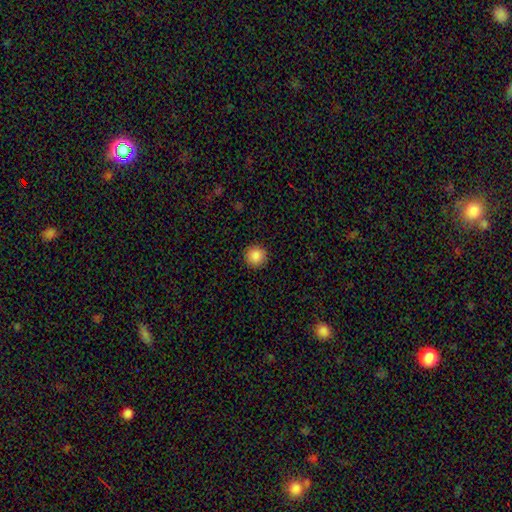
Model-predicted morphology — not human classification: The model was most divided on "smooth or featured": smooth: 88%, star or artifact: 9%, featured or disk: 3%. More confident: how rounded — round (94%); merging — none (92%).